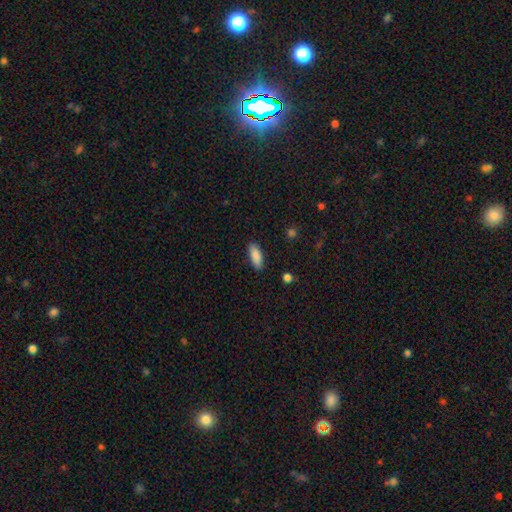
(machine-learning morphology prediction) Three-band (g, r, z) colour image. It shows a smooth galaxy with no disk features (87%) that is in between round and cigar-shaped (70%). Merging: none (88%).